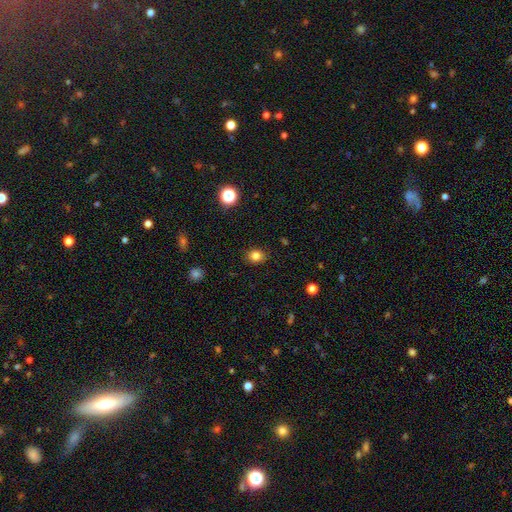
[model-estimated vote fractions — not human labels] smooth-or-featured: smooth: 82% | star or artifact: 13% | featured or disk: 6%
  how-rounded: round: 63% | in between: 36% | cigar-shaped: 1%
  merging: none: 88% | minor disturbance: 9% | major disturbance: 2% | merger: 1%